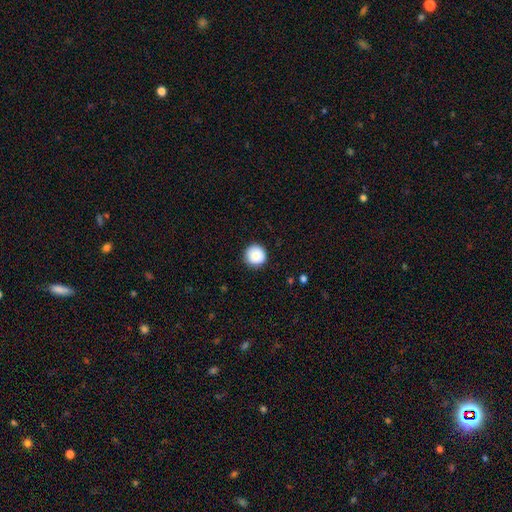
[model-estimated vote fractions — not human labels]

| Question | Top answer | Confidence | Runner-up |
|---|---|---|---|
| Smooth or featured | smooth | 85% | star or artifact (8%) |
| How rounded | round | 95% | in between (4%) |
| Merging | none | 91% | minor disturbance (6%) |